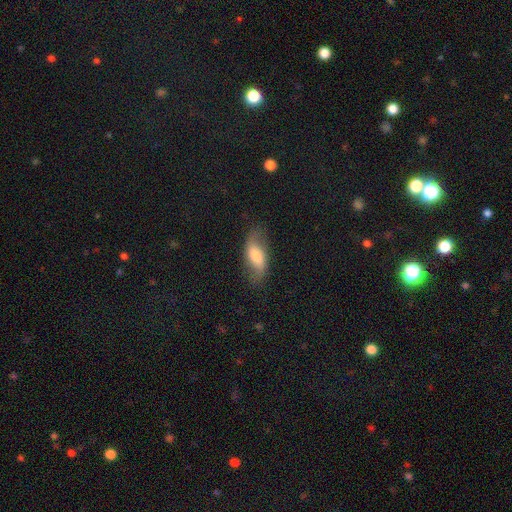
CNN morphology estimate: Smooth or featured: featured or disk — 47% (smooth — 46%)
Merging: none — 72% (minor disturbance — 20%)